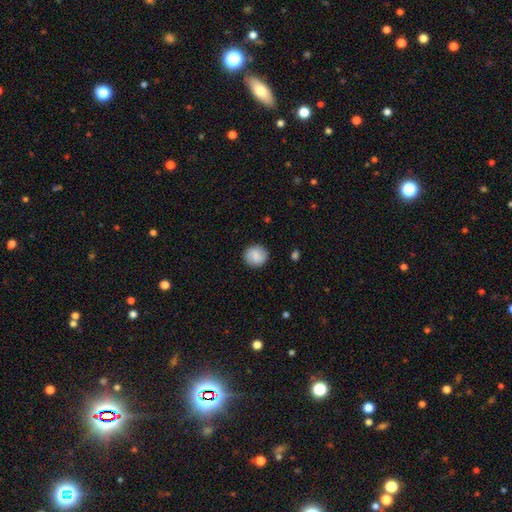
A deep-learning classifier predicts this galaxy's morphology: smooth_or_featured: smooth (p=0.80) [alt: featured or disk p=0.13]
how_rounded: round (p=0.86) [alt: in between p=0.13]
merging: none (p=0.89) [alt: minor disturbance p=0.08]